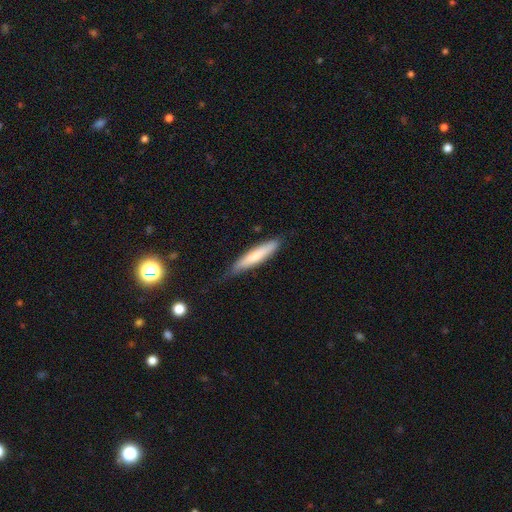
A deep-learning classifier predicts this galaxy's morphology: Smooth or featured?
  - smooth: 71% *
  - featured or disk: 23%
  - star or artifact: 5%
How rounded?
  - cigar-shaped: 86% *
  - in between: 13%
  - round: 1%
Merging?
  - none: 69% *
  - minor disturbance: 25%
  - major disturbance: 4%
  - merger: 2%